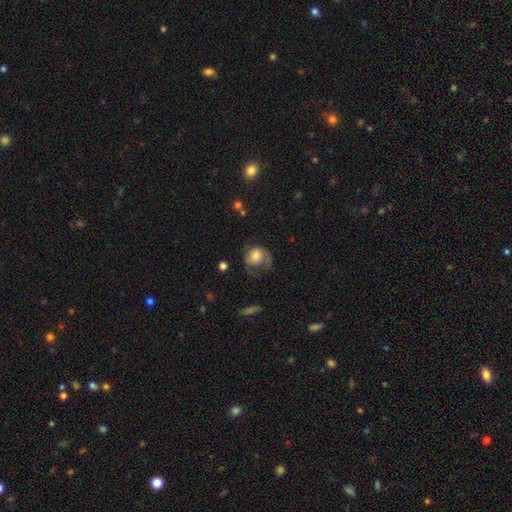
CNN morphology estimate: A smooth galaxy with no disk features (59%) that is round (67%).

Vote fractions:
- Smooth or featured? smooth: 59% / featured or disk: 33% / star or artifact: 8%
- How rounded? round: 67% / in between: 31% / cigar-shaped: 1%
- Merging? major disturbance: 37% / none: 34% / minor disturbance: 27% / merger: 2%